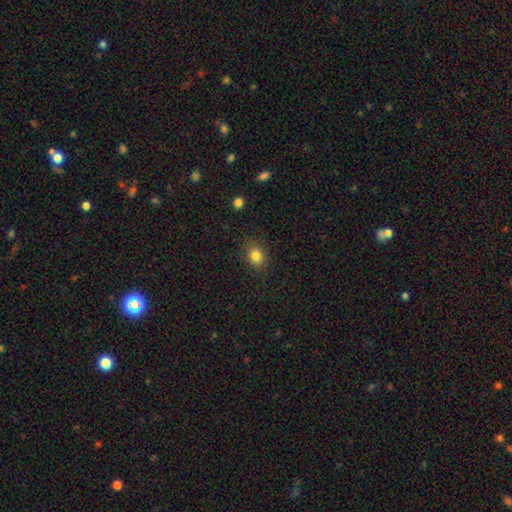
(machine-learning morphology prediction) smooth 83%, star or artifact 11%, featured or disk 6%. Down the decision tree: how rounded — round (53%); merging — none (84%).